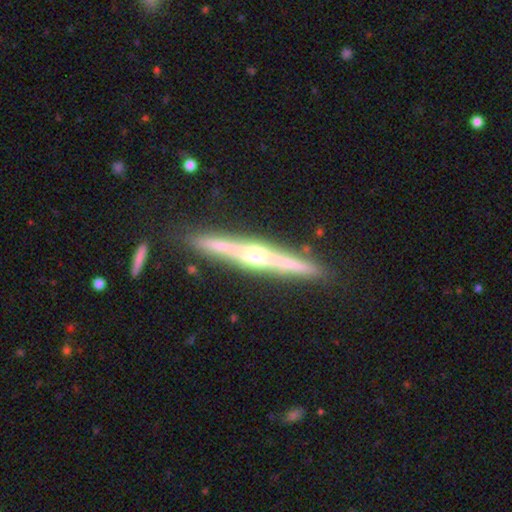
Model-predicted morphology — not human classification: smooth-or-featured: featured or disk: 84% | smooth: 11% | star or artifact: 5%
  disk-edge-on: yes: 98% | no: 2%
    edge-on-bulge: rounded: 85% | boxy: 8% | none: 7%
  merging: none: 88% | minor disturbance: 7% | merger: 2% | major disturbance: 2%